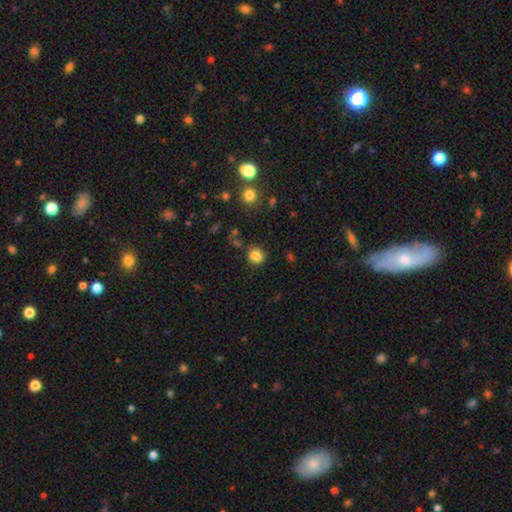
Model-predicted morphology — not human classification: A smooth galaxy with no disk features (83%) that is round (77%).

Vote fractions:
- Smooth or featured? smooth: 83% / star or artifact: 13% / featured or disk: 5%
- How rounded? round: 77% / in between: 22% / cigar-shaped: 1%
- Merging? none: 72% / minor disturbance: 16% / merger: 6% / major disturbance: 5%